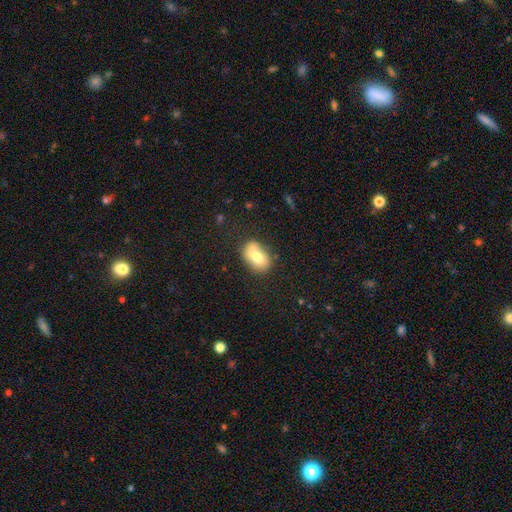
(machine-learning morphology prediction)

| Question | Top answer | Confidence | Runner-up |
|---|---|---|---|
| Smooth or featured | smooth | 74% | featured or disk (19%) |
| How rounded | in between | 85% | round (14%) |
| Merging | none | 70% | minor disturbance (22%) |